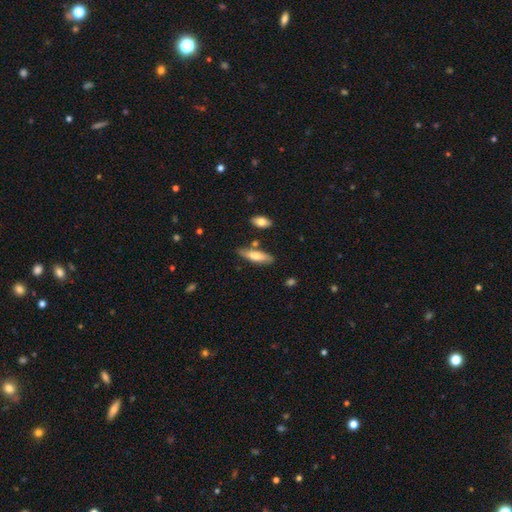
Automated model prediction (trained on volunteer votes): smooth 67%, featured or disk 27%, star or artifact 6%. Down the decision tree: how rounded — cigar-shaped (51%); merging — none (77%).